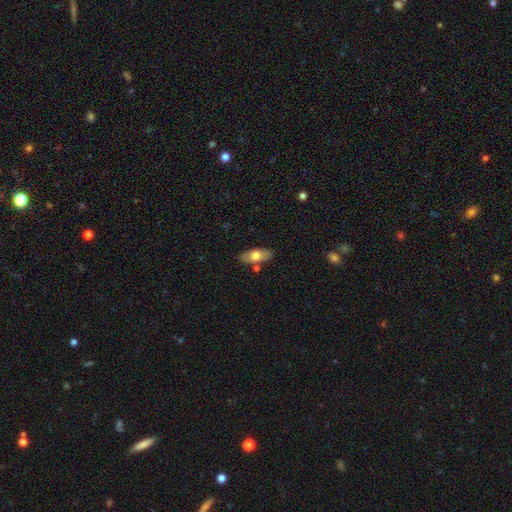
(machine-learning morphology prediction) type=smooth (66%); roundness=in between (84%); merging=none (81%).